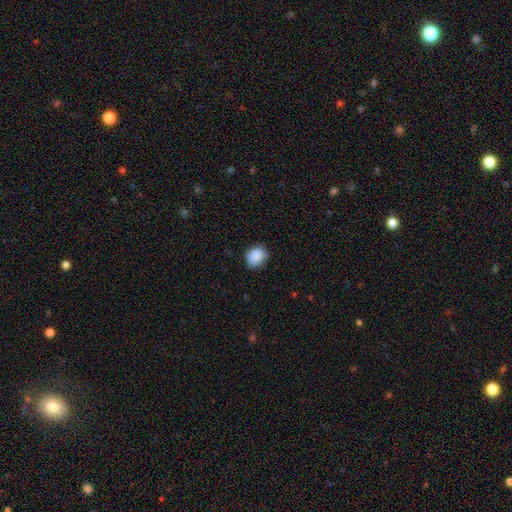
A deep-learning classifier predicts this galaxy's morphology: smooth 88%, star or artifact 8%, featured or disk 4%. Down the decision tree: how rounded — round (62%); merging — none (71%).